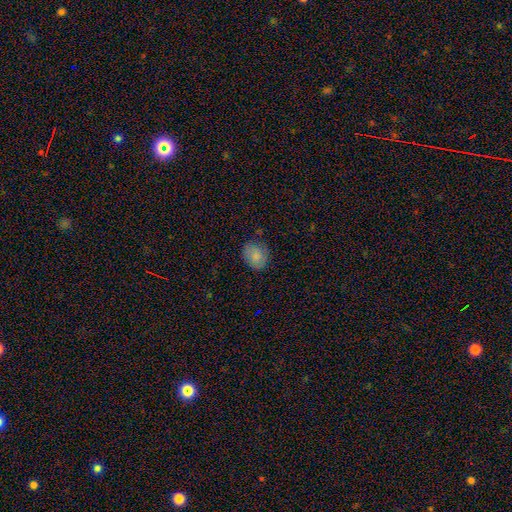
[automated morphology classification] This appears to be a smooth galaxy with no disk features (81%) that is round (59%). Merging: none (76%).